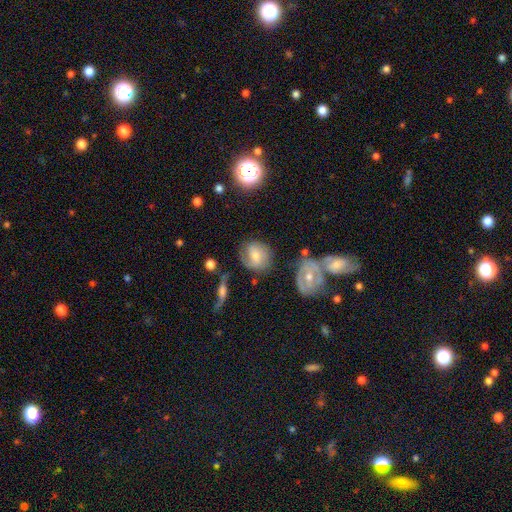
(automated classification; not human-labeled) Smooth or featured? featured or disk (48%)
Merging? none (63%)